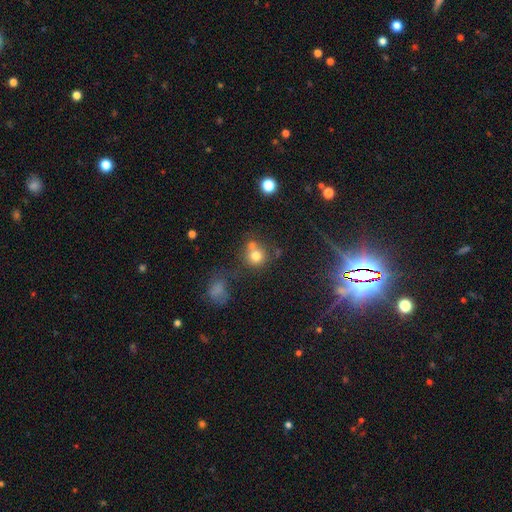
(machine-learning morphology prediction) Overall: smooth (75%). How rounded: round (87%). Merging: none (51%; merger 31%).